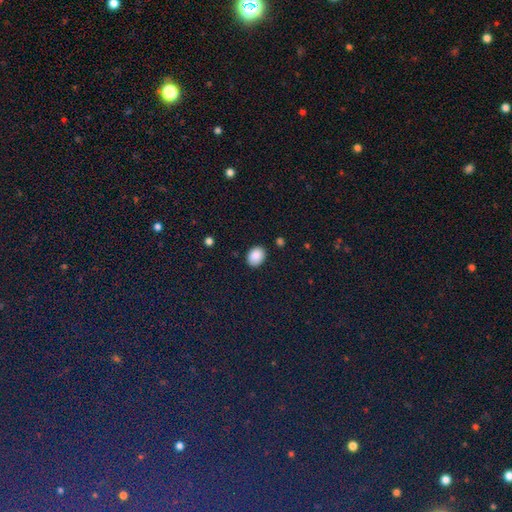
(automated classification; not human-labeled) Smooth or featured? smooth (88%)
How rounded? in between (64%)
Merging? none (86%)